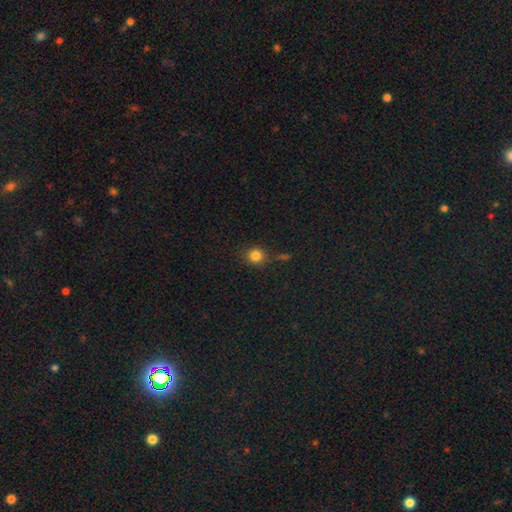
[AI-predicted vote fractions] Smooth or featured? smooth (82%)
How rounded? round (88%)
Merging? none (79%)